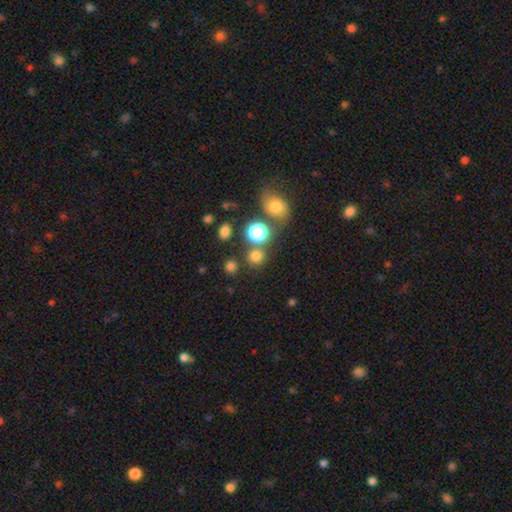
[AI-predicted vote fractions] smooth_or_featured: smooth (p=0.74) [alt: star or artifact p=0.20]
how_rounded: round (p=0.88) [alt: in between p=0.11]
merging: none (p=0.74) [alt: merger p=0.13]